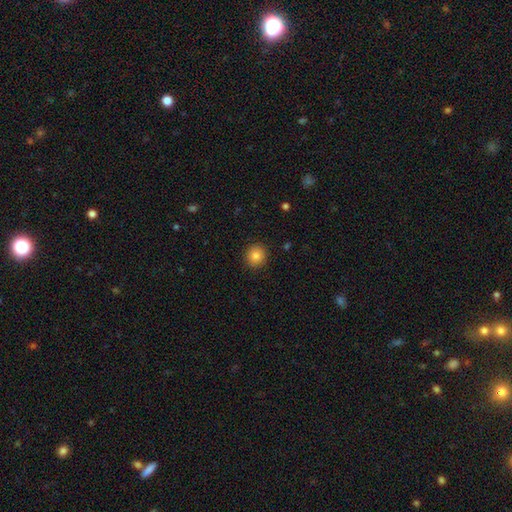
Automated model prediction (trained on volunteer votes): smooth 85%, star or artifact 10%, featured or disk 6%. Down the decision tree: how rounded — round (88%); merging — none (91%).